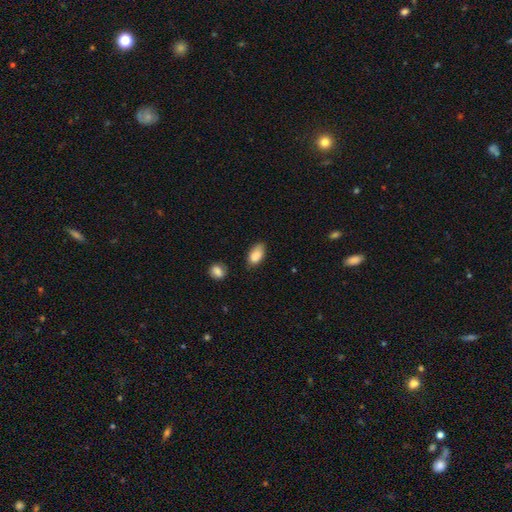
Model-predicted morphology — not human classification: smooth-or-featured: smooth: 87% | star or artifact: 7% | featured or disk: 5%
  how-rounded: in between: 92% | round: 5% | cigar-shaped: 3%
  merging: none: 66% | minor disturbance: 26% | major disturbance: 4% | merger: 3%